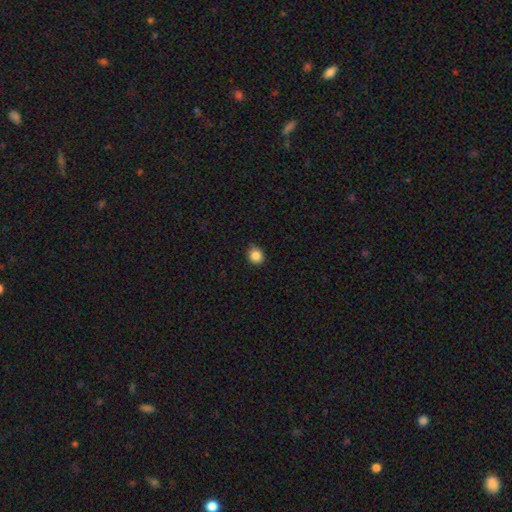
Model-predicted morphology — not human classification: type=smooth (85%); roundness=round (77%); merging=none (83%).